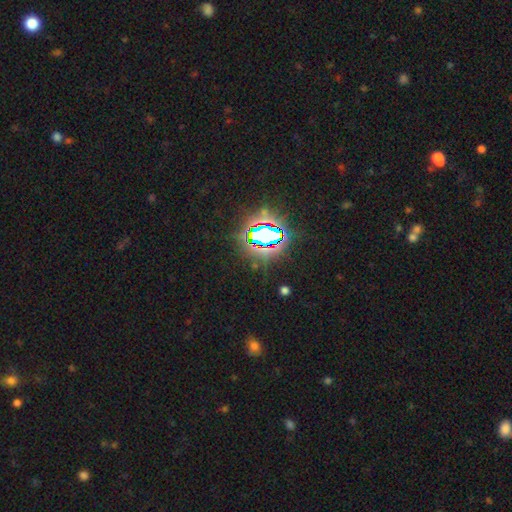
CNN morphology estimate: Smooth or featured? Predicted: star or artifact (p=0.81).